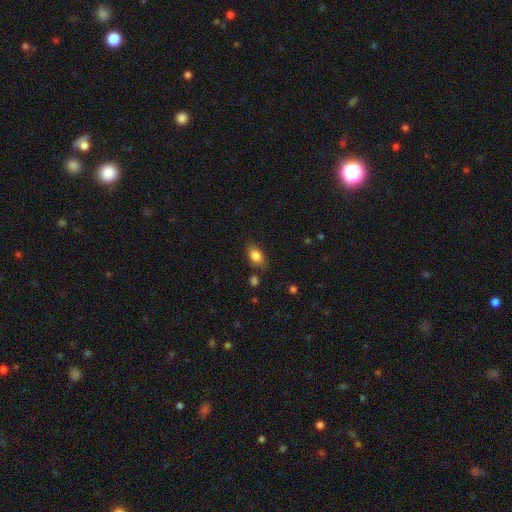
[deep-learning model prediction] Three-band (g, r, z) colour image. It shows a smooth galaxy with no disk features (83%) that is in between round and cigar-shaped (85%). Merging: none (74%).